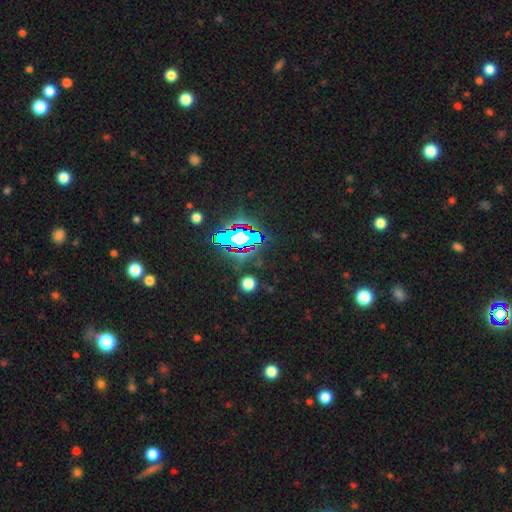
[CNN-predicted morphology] This appears to be a star or artifact, not a galaxy (79%).